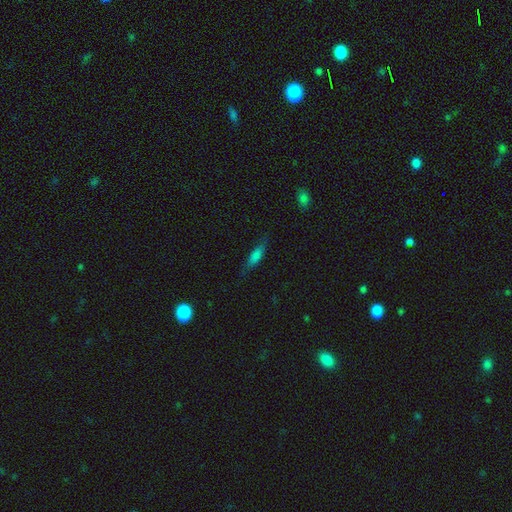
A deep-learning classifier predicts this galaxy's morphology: Overall: smooth (71%). How rounded: cigar-shaped (60%; in between 38%). Merging: none (73%).